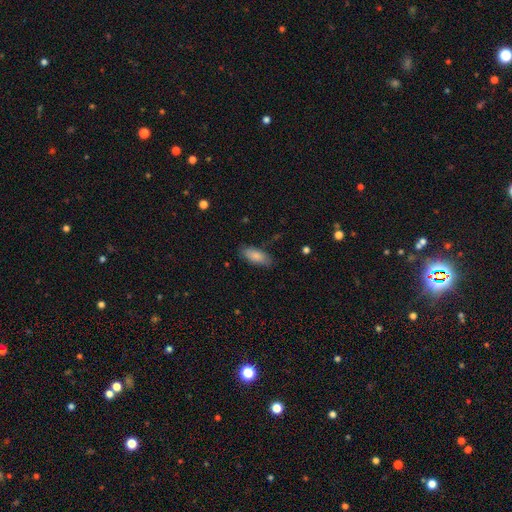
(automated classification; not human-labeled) smooth_or_featured: smooth (p=0.83) [alt: featured or disk p=0.11]
how_rounded: in between (p=0.81) [alt: cigar-shaped p=0.17]
merging: none (p=0.80) [alt: minor disturbance p=0.15]